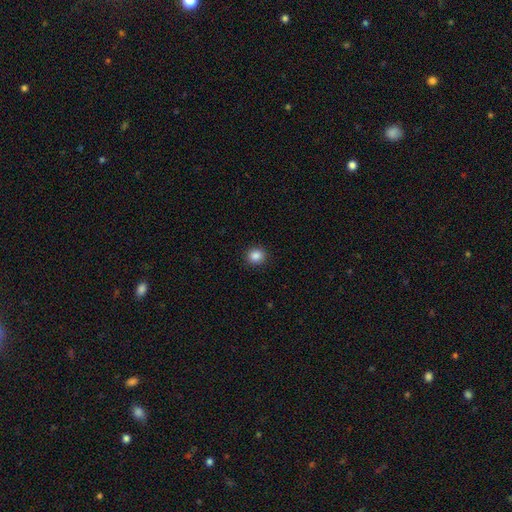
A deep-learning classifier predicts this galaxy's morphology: Smooth or featured? smooth (86%)
How rounded? round (87%)
Merging? none (92%)